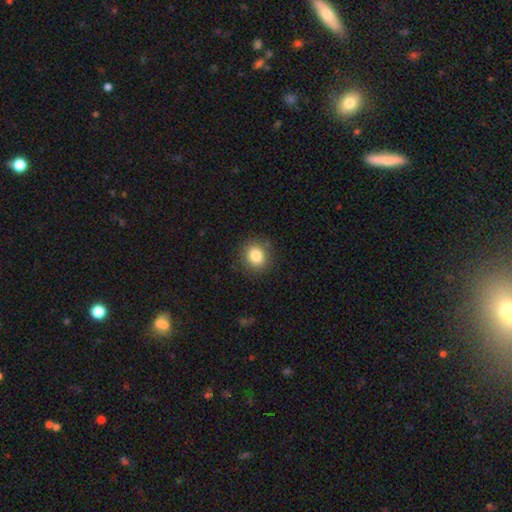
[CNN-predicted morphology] A smooth galaxy with no disk features (82%) that is round (84%).

Vote fractions:
- Smooth or featured? smooth: 82% / star or artifact: 11% / featured or disk: 7%
- How rounded? round: 84% / in between: 15% / cigar-shaped: 1%
- Merging? none: 88% / minor disturbance: 8% / major disturbance: 3% / merger: 1%